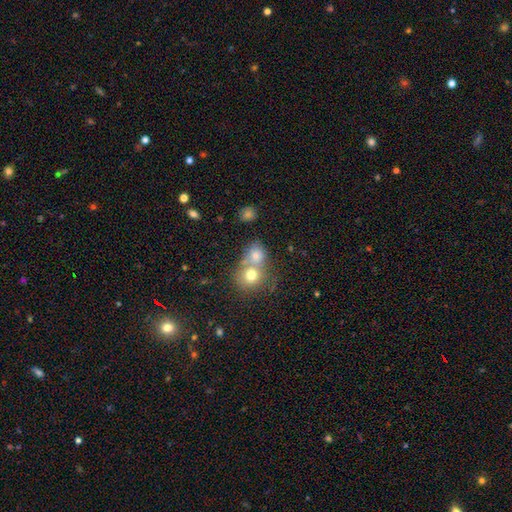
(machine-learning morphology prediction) smooth-or-featured: smooth: 75% | featured or disk: 13% | star or artifact: 12%
  how-rounded: round: 67% | in between: 32% | cigar-shaped: 1%
  merging: merger: 57% | none: 32% | minor disturbance: 8% | major disturbance: 4%